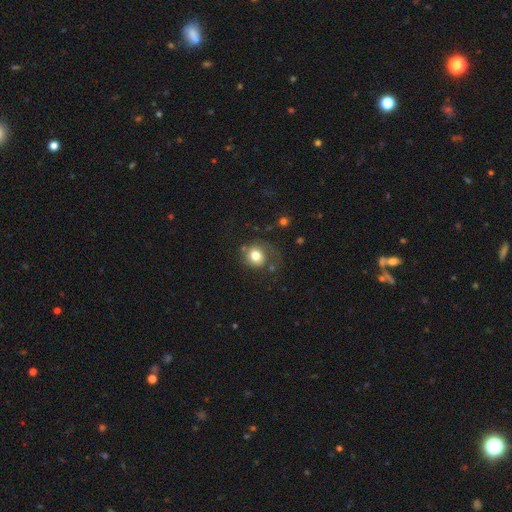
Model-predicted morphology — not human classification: A smooth galaxy with no disk features (75%) that is round (78%). Merging: none (58%).